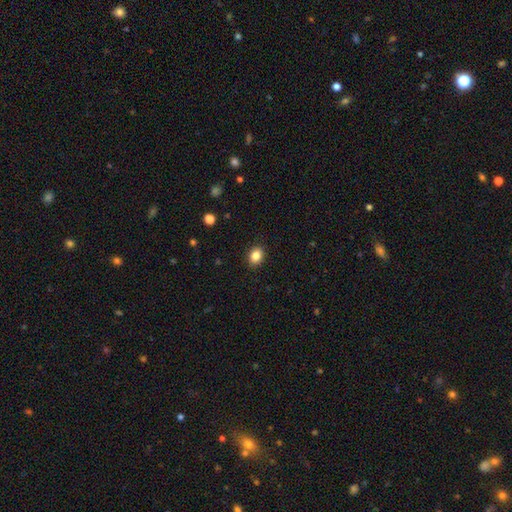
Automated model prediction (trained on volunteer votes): A smooth galaxy with no disk features (85%) that is in between round and cigar-shaped (59%).

Vote fractions:
- Smooth or featured? smooth: 85% / star or artifact: 10% / featured or disk: 6%
- How rounded? in between: 59% / round: 40% / cigar-shaped: 1%
- Merging? none: 90% / minor disturbance: 7% / major disturbance: 2% / merger: 1%